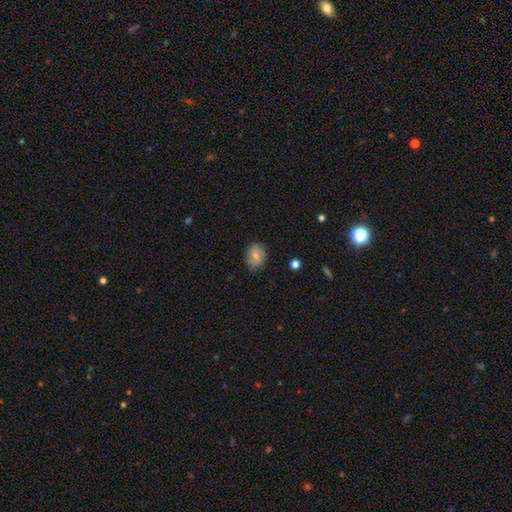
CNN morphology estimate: A smooth galaxy with no disk features (81%) that is in between round and cigar-shaped (57%). Merging: none (80%).